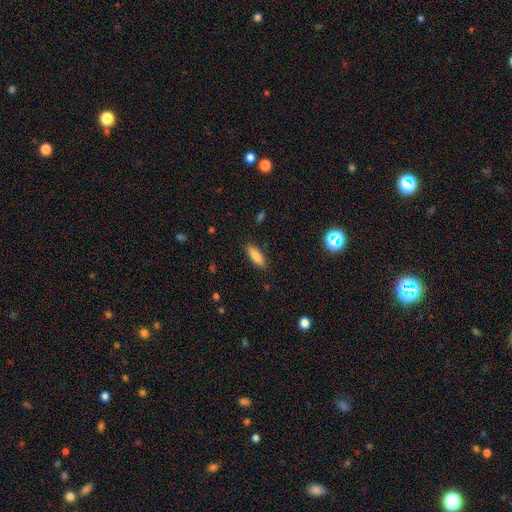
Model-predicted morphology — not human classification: type=smooth (84%); roundness=in between (58%); merging=none (88%).